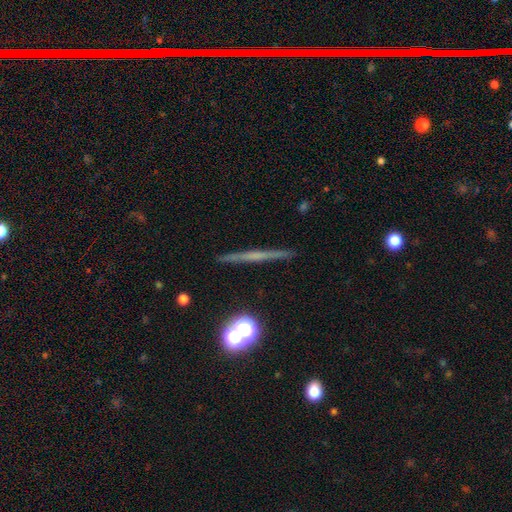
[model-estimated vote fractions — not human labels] smooth-or-featured: featured or disk: 60% | smooth: 28% | star or artifact: 12%
  disk-edge-on: yes: 96% | no: 4%
    edge-on-bulge: none: 67% | rounded: 26% | boxy: 7%
  merging: none: 90% | minor disturbance: 6% | merger: 2% | major disturbance: 2%